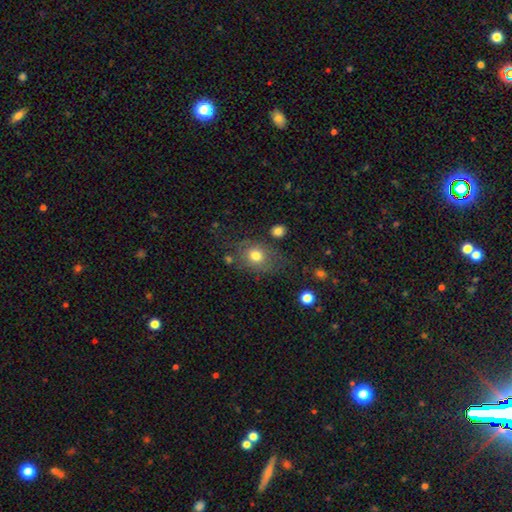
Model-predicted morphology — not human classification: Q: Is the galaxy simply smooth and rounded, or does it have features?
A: smooth — 75%.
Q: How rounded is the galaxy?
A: round — 53%.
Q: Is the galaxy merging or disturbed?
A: none — 63%.